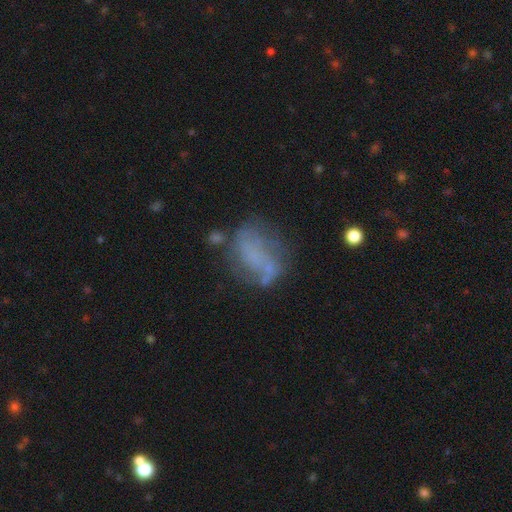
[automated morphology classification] Smooth or featured?
  - featured or disk: 59% *
  - smooth: 29%
  - star or artifact: 12%
Edge-on disk?
  - no: 97% *
  - yes: 3%
Bar?
  - no: 74% *
  - weak: 19%
  - strong: 7%
Spiral arms?
  - yes: 53% *
  - no: 47%
Bulge size?
  - none: 74% *
  - small: 16%
  - moderate: 6%
  - large: 2%
  - dominant: 1%
Merging?
  - none: 46% *
  - minor disturbance: 24%
  - major disturbance: 21%
  - merger: 9%